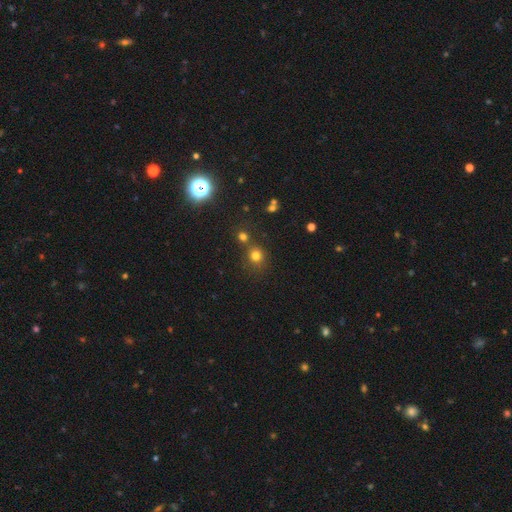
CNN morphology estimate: Smooth or featured?
  - smooth: 74% *
  - star or artifact: 19%
  - featured or disk: 7%
How rounded?
  - round: 85% *
  - in between: 14%
  - cigar-shaped: 1%
Merging?
  - none: 65% *
  - merger: 22%
  - minor disturbance: 9%
  - major disturbance: 4%